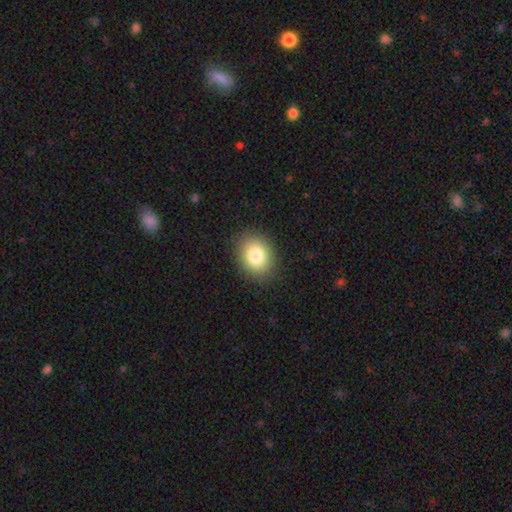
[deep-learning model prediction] Overall: smooth (82%). How rounded: in between (55%; round 44%). Merging: none (88%).